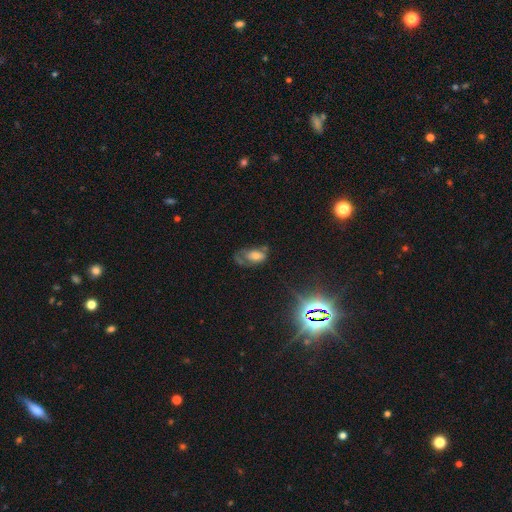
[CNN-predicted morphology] Smooth or featured?
  - smooth: 49% *
  - featured or disk: 34%
  - star or artifact: 17%
Merging?
  - major disturbance: 35% *
  - none: 33%
  - minor disturbance: 27%
  - merger: 6%